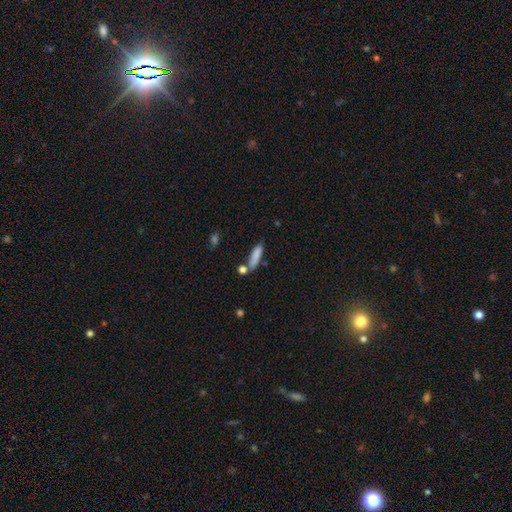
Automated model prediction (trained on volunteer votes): Smooth or featured? smooth (82%)
How rounded? cigar-shaped (66%)
Merging? none (61%)